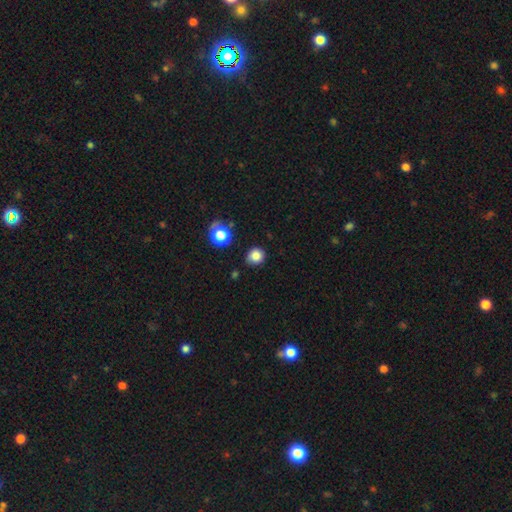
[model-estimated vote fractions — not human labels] This is clearly a smooth galaxy (83%). How rounded: clearly round (85%). Merging: likely none (78%).